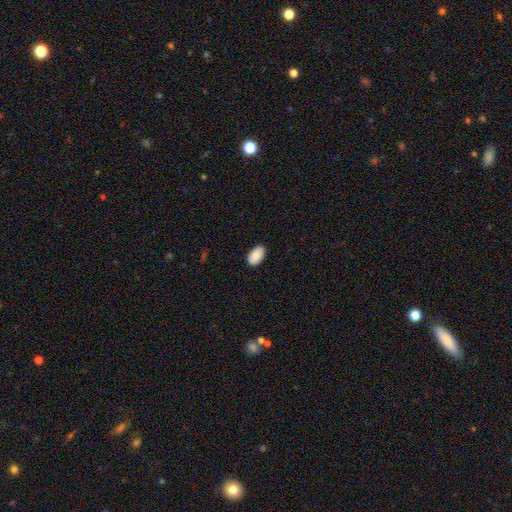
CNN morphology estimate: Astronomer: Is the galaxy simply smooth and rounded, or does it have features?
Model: smooth — 90%.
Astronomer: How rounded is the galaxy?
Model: in between — 94%.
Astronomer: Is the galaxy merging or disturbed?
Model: none — 87%.